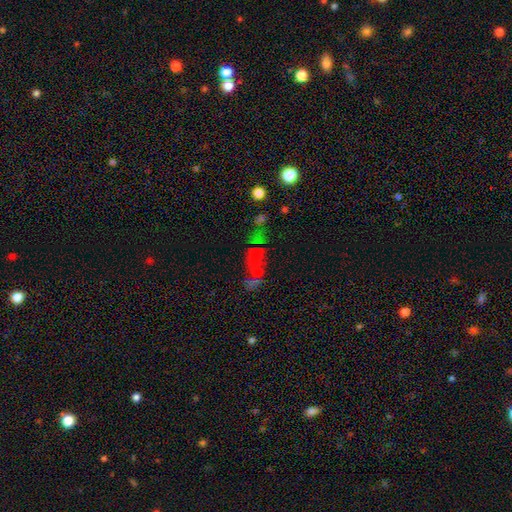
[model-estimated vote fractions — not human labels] Smooth or featured? Predicted: smooth (p=0.42). Merging? Predicted: none (p=0.48).